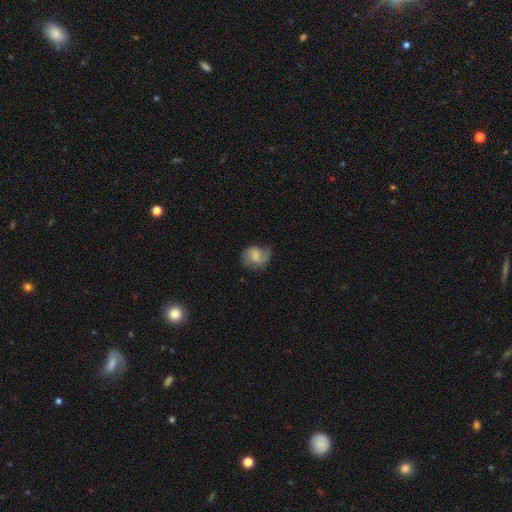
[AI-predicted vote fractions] Smooth or featured: featured or disk — 47% (smooth — 45%)
Merging: none — 56% (minor disturbance — 27%)